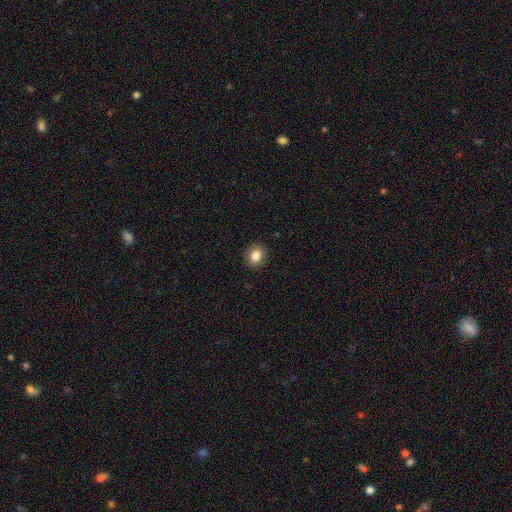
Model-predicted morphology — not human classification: Smooth or featured? smooth (84%)
How rounded? round (71%)
Merging? none (90%)